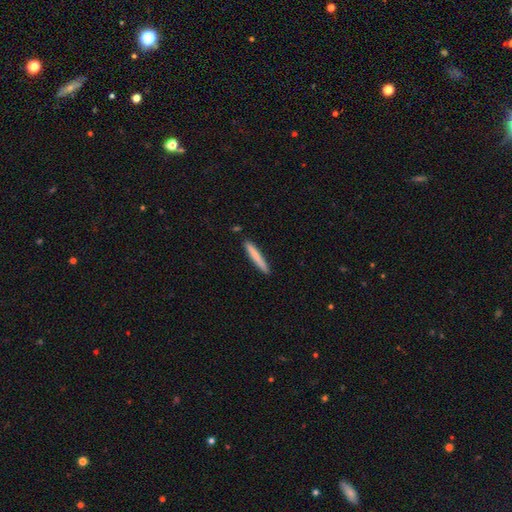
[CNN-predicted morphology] smooth_or_featured: smooth (p=0.78) [alt: featured or disk p=0.16]
how_rounded: cigar-shaped (p=0.95) [alt: in between p=0.03]
merging: none (p=0.90) [alt: minor disturbance p=0.07]